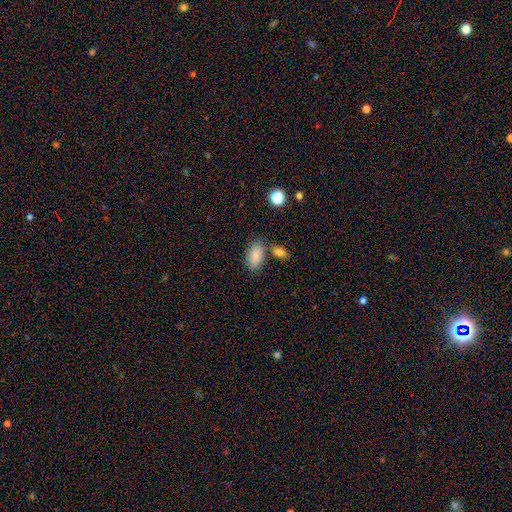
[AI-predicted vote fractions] smooth-or-featured: smooth: 85% | featured or disk: 8% | star or artifact: 8%
  how-rounded: in between: 93% | round: 4% | cigar-shaped: 3%
  merging: none: 66% | merger: 15% | minor disturbance: 15% | major disturbance: 4%